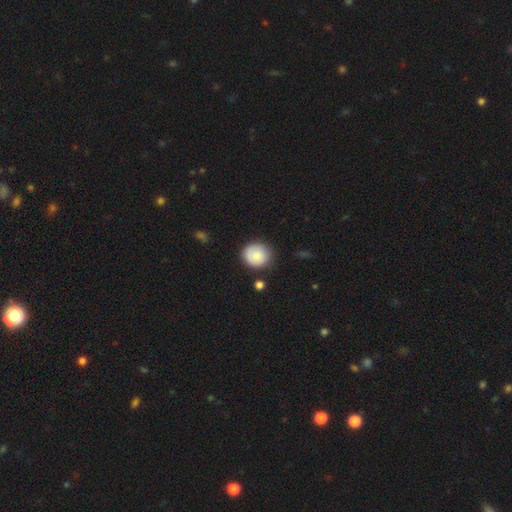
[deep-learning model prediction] smooth 82%, featured or disk 11%, star or artifact 7%. Down the decision tree: how rounded — round (85%); merging — none (80%).